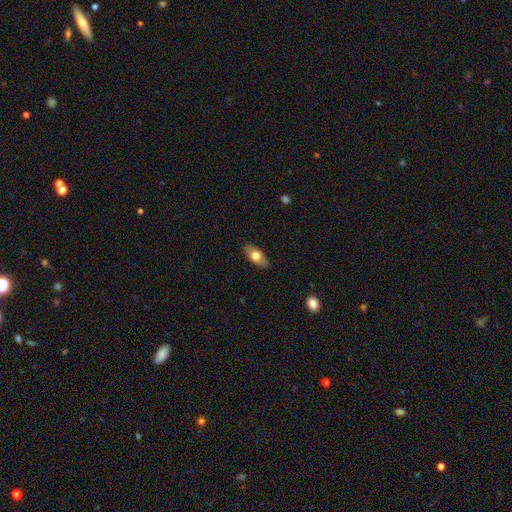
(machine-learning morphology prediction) Overall: smooth (68%). How rounded: in between (85%). Merging: none (87%).